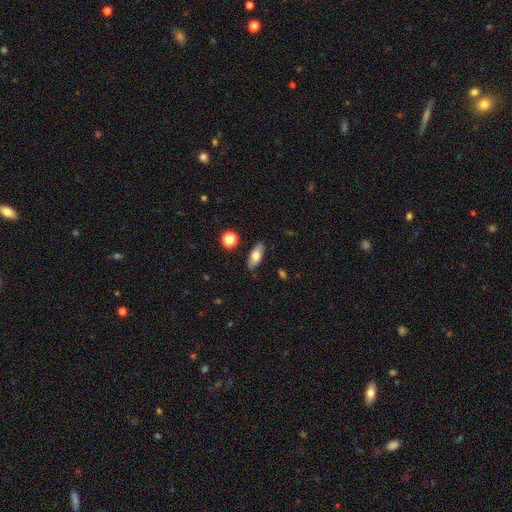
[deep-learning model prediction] Smooth or featured? smooth (72%)
How rounded? in between (82%)
Merging? none (86%)